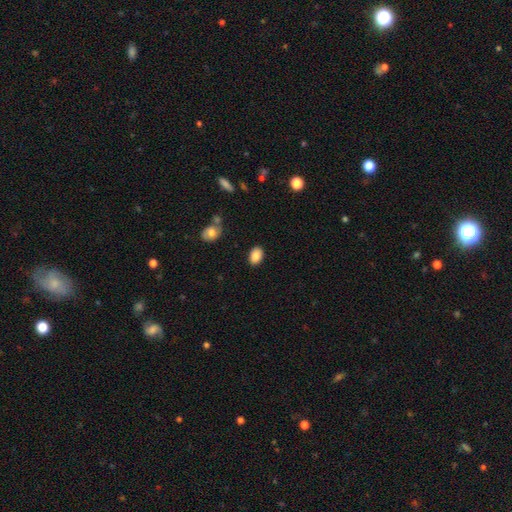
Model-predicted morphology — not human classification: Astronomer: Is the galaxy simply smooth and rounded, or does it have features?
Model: smooth — 87%.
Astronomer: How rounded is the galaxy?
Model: in between — 84%.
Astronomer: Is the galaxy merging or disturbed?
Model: none — 87%.